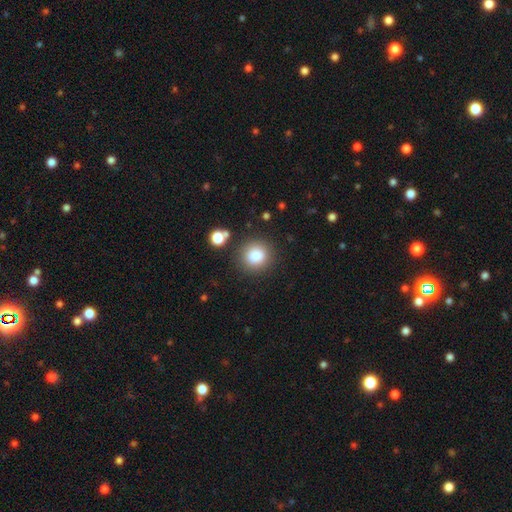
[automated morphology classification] Smooth or featured: smooth — 83% (star or artifact — 11%)
How rounded: round — 90% (in between — 9%)
Merging: none — 84% (minor disturbance — 8%)